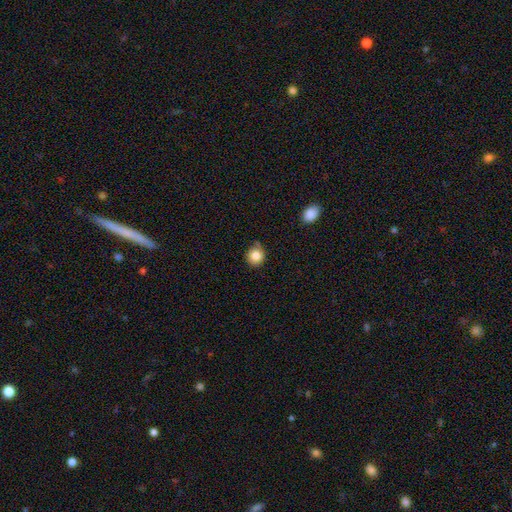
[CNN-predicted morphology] smooth 85%, star or artifact 10%, featured or disk 5%. Down the decision tree: how rounded — round (87%); merging — none (75%).